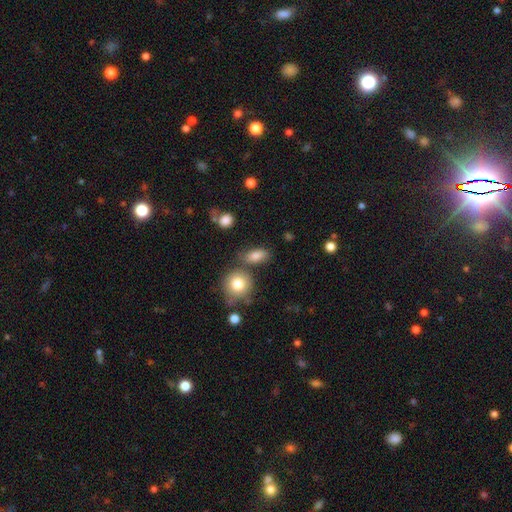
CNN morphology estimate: Smooth or featured: smooth — 82% (star or artifact — 9%)
How rounded: in between — 80% (round — 14%)
Merging: none — 68% (minor disturbance — 16%)